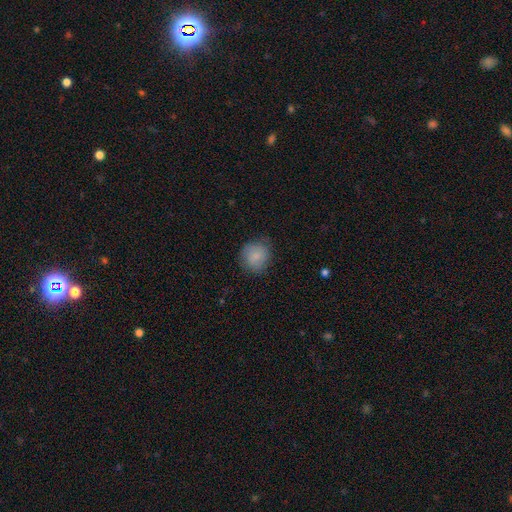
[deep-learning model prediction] Smooth or featured? smooth (85%)
How rounded? round (82%)
Merging? none (78%)